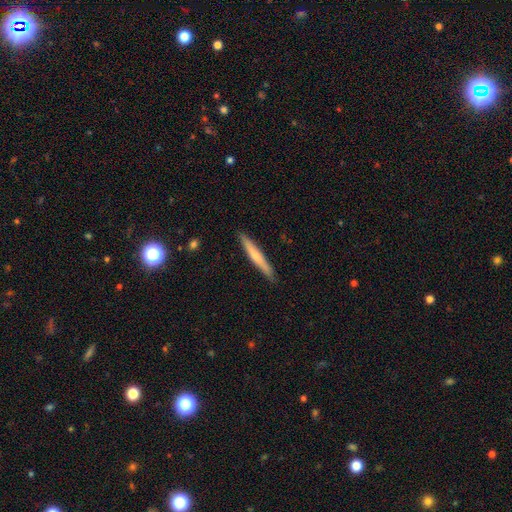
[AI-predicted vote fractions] A smooth galaxy with no disk features (57%) that is cigar-shaped (96%).

Vote fractions:
- Smooth or featured? smooth: 57% / featured or disk: 38% / star or artifact: 5%
- How rounded? cigar-shaped: 96% / in between: 3% / round: 1%
- Merging? none: 90% / minor disturbance: 8% / major disturbance: 1% / merger: 1%